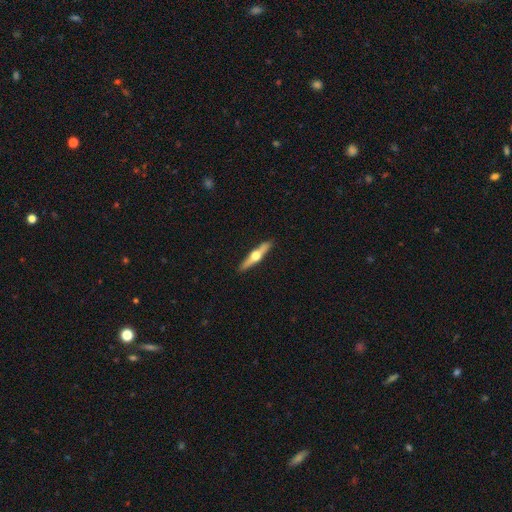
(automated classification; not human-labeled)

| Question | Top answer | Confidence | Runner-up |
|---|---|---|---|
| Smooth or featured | featured or disk | 71% | smooth (24%) |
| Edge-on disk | yes | 97% | no (3%) |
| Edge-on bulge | rounded | 96% | boxy (2%) |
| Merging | none | 91% | minor disturbance (7%) |